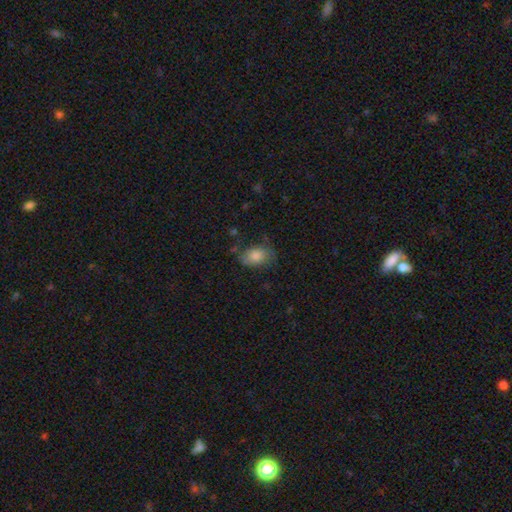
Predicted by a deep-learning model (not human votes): Morphology: type=smooth (80%); roundness=in between (83%); merging=none (69%).